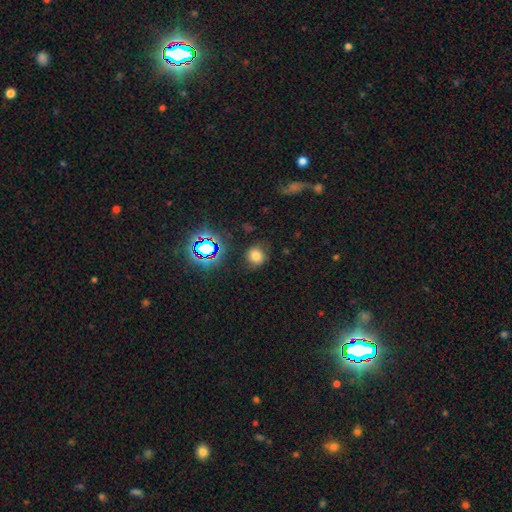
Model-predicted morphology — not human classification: Smooth or featured? Predicted: smooth (p=0.70). How rounded? Predicted: round (p=0.84). Merging? Predicted: none (p=0.78).